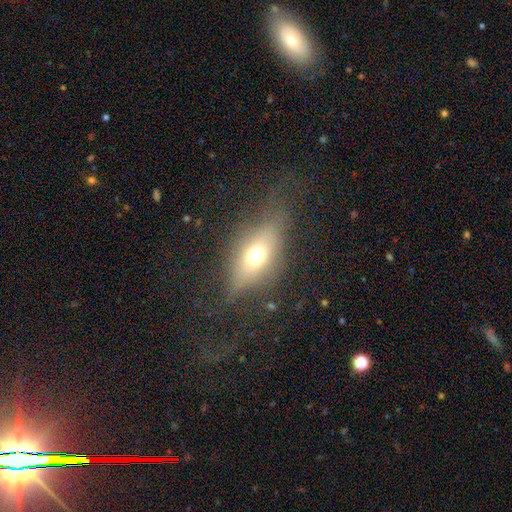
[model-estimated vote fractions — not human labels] Morphology: type=smooth (51%); roundness=in between (72%); merging=none (60%).